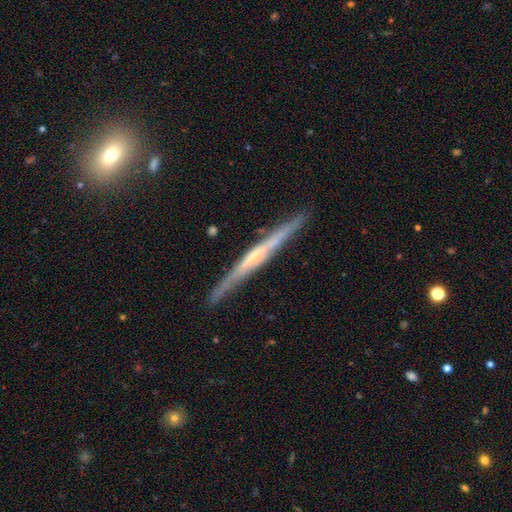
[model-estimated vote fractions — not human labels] Smooth or featured? featured or disk (73%)
Edge-on disk? yes (97%)
Edge-on bulge? none (52%)
Merging? none (88%)